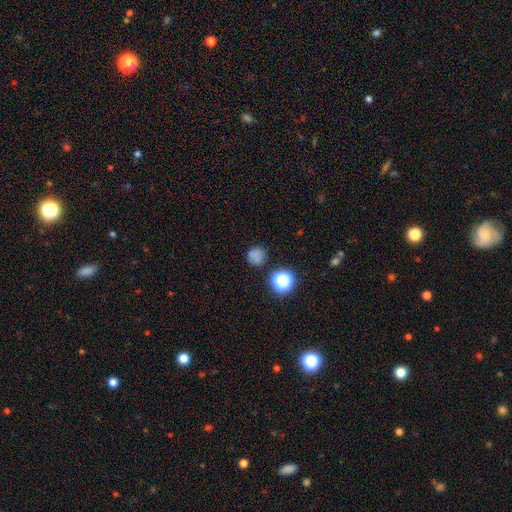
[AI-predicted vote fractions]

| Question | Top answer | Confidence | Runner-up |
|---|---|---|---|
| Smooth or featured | smooth | 73% | star or artifact (19%) |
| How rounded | round | 88% | in between (11%) |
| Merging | none | 74% | minor disturbance (14%) |